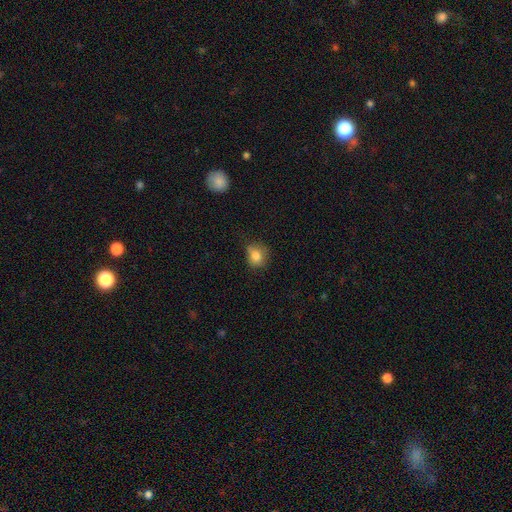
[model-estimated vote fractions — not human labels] Smooth or featured?
  - smooth: 82% *
  - star or artifact: 10%
  - featured or disk: 8%
How rounded?
  - round: 61% *
  - in between: 38%
  - cigar-shaped: 1%
Merging?
  - none: 59% *
  - minor disturbance: 29%
  - major disturbance: 9%
  - merger: 2%